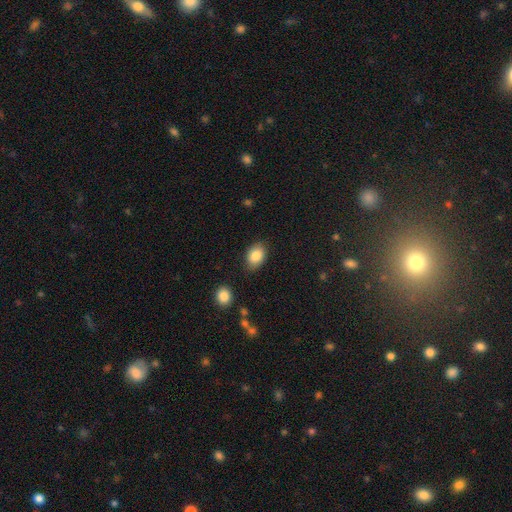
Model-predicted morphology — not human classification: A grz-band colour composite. It shows a smooth galaxy with no disk features (85%) that is in between round and cigar-shaped (83%). Merging: none (82%).